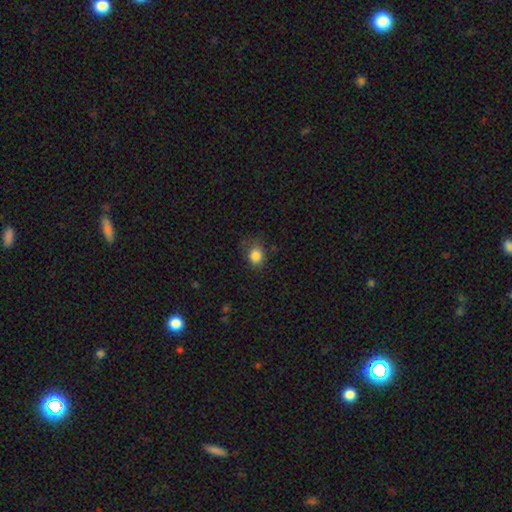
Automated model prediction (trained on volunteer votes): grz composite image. It shows a smooth galaxy with no disk features (84%) that is round (63%). Merging: none (68%).